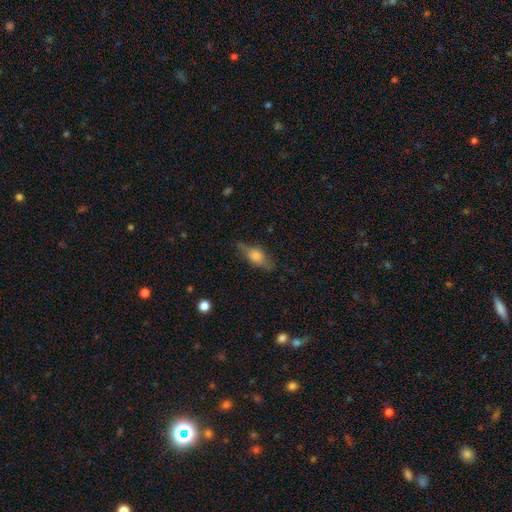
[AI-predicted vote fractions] Smooth or featured? smooth (53%)
How rounded? in between (64%)
Merging? none (71%)